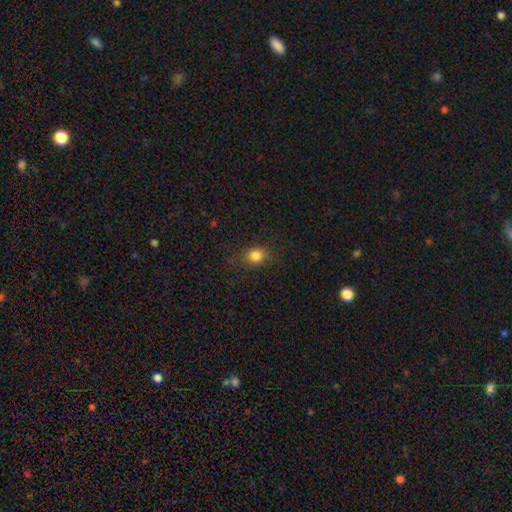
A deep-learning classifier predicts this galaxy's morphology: Overall: smooth (82%). How rounded: round (75%). Merging: none (80%).